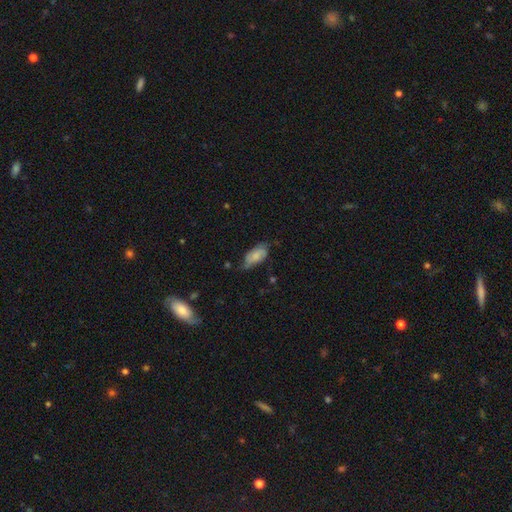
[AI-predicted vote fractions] A smooth galaxy with no disk features (66%) that is in between round and cigar-shaped (90%). Merging: none (51%).